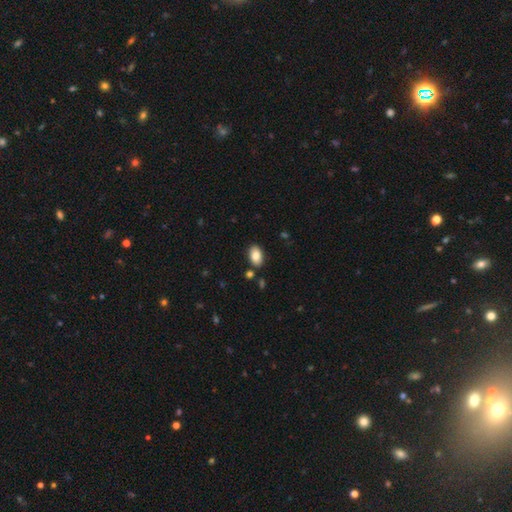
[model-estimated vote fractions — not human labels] Overall: smooth (84%). How rounded: in between (92%). Merging: none (85%).